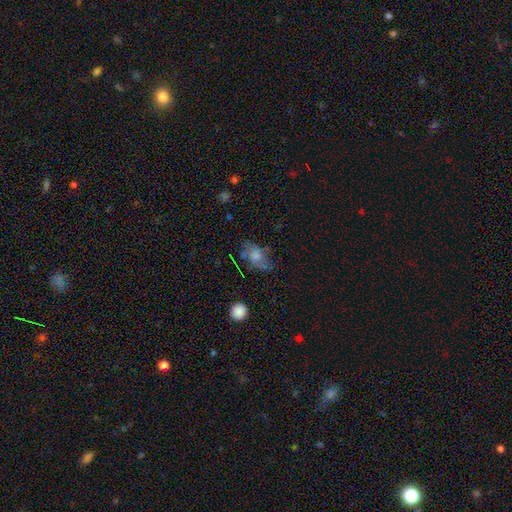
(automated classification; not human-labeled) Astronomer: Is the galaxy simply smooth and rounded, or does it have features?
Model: smooth — 58%.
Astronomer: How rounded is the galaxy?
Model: in between — 85%.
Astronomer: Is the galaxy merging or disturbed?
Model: none — 45% (runner-up: minor disturbance, 29%).